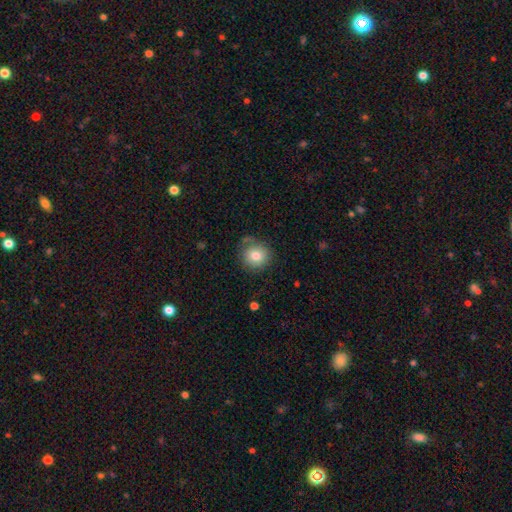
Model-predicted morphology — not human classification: smooth 80%, featured or disk 11%, star or artifact 9%. Down the decision tree: how rounded — round (91%); merging — none (75%).